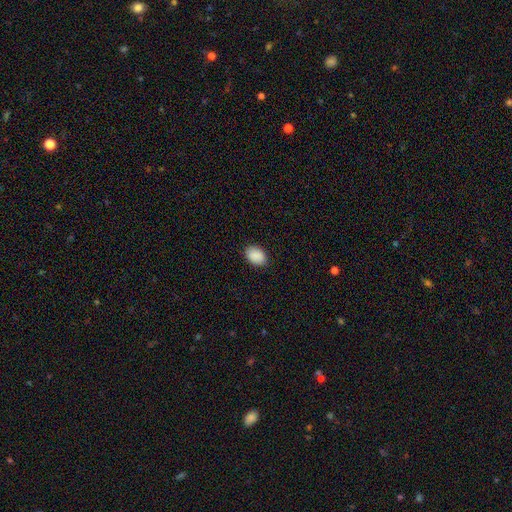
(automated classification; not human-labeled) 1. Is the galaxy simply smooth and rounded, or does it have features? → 91% smooth, 7% star or artifact, 3% featured or disk.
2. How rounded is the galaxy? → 81% in between, 18% round, 1% cigar-shaped.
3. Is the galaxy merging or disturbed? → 88% none, 9% minor disturbance, 2% major disturbance, 1% merger.